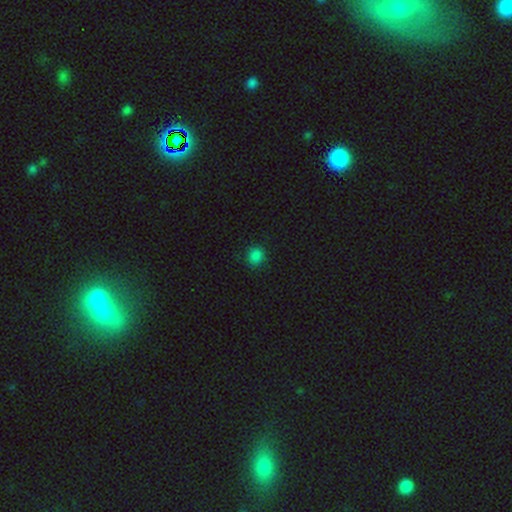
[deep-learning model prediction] A smooth galaxy with no disk features (84%) that is round (84%).

Vote fractions:
- Smooth or featured? smooth: 84% / star or artifact: 14% / featured or disk: 2%
- How rounded? round: 84% / in between: 15% / cigar-shaped: 1%
- Merging? none: 89% / minor disturbance: 8% / major disturbance: 2% / merger: 1%